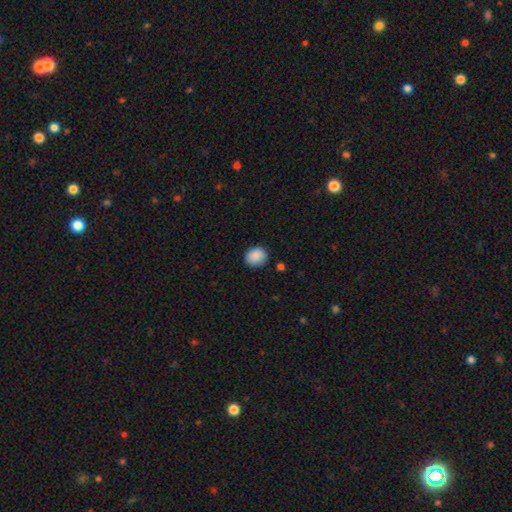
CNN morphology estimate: Overall: smooth (89%). How rounded: round (61%; in between 38%). Merging: none (83%).